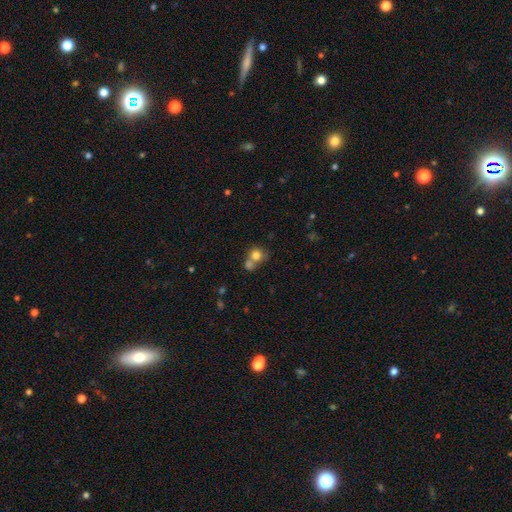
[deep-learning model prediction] Smooth or featured: smooth — 77% (featured or disk — 12%)
How rounded: round — 81% (in between — 18%)
Merging: merger — 50% (none — 37%)